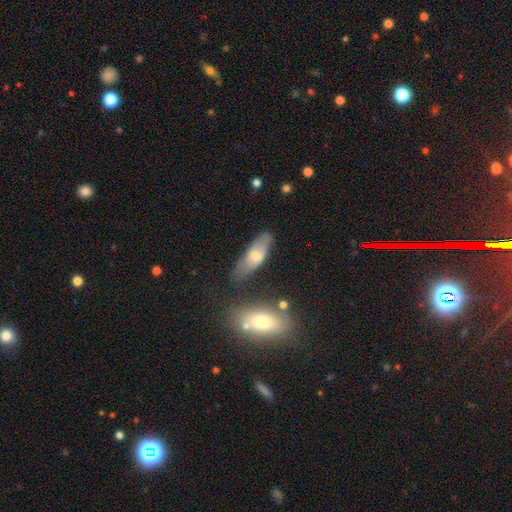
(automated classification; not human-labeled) Smooth or featured: smooth — 58% (featured or disk — 35%)
How rounded: in between — 67% (cigar-shaped — 30%)
Merging: none — 62% (minor disturbance — 24%)